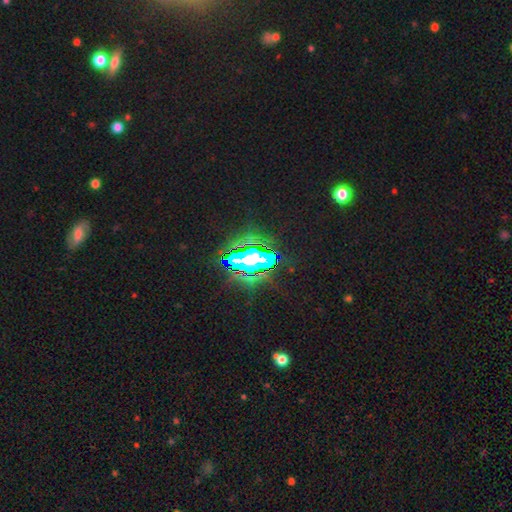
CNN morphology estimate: smooth_or_featured: star or artifact (p=0.70) [alt: smooth p=0.17]